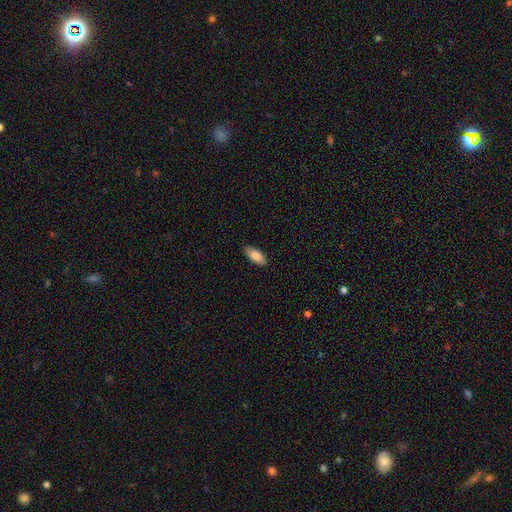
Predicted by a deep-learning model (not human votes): smooth-or-featured: smooth: 83% | featured or disk: 11% | star or artifact: 6%
  how-rounded: in between: 87% | cigar-shaped: 11% | round: 2%
  merging: none: 89% | minor disturbance: 8% | major disturbance: 2% | merger: 1%